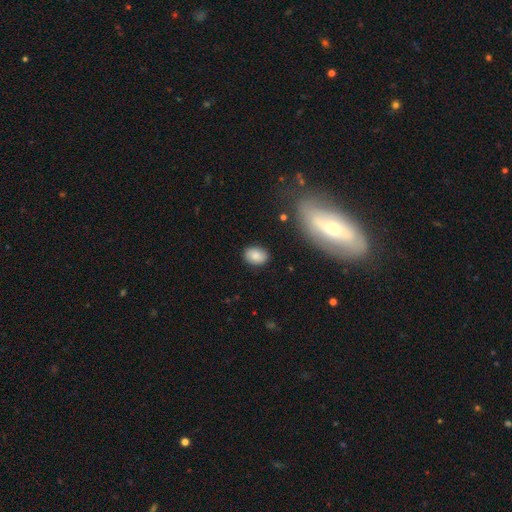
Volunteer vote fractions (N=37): A smooth galaxy with no disk features (92%) that is in between round and cigar-shaped (79%). Merging: none (97%).